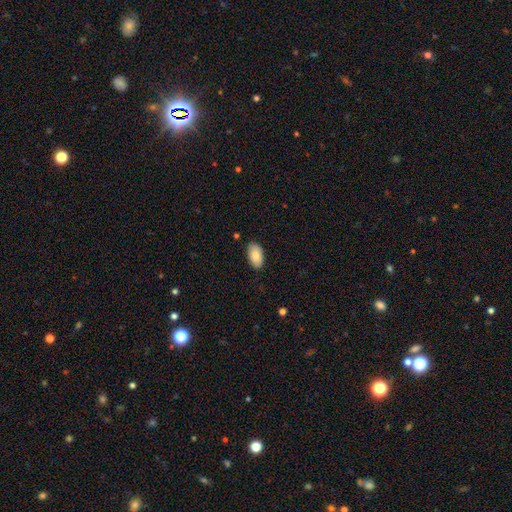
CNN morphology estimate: Smooth or featured? Predicted: smooth (p=0.84). How rounded? Predicted: in between (p=0.95). Merging? Predicted: none (p=0.84).